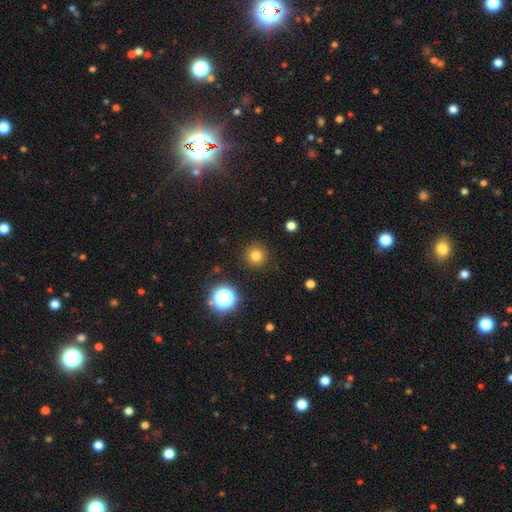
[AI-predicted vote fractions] Smooth or featured?
  - smooth: 79% *
  - star or artifact: 15%
  - featured or disk: 5%
How rounded?
  - round: 95% *
  - in between: 4%
  - cigar-shaped: 1%
Merging?
  - none: 91% *
  - minor disturbance: 6%
  - major disturbance: 2%
  - merger: 1%